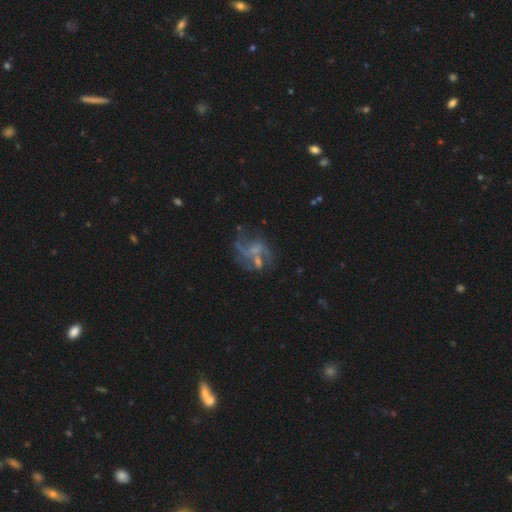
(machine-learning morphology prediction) A featured or disk galaxy (75%) with no bar (48%), 2 (50%) loose (63%) spiral arms (81%) and a small central bulge (43%).

Vote fractions:
- Smooth or featured? featured or disk: 75% / smooth: 13% / star or artifact: 13%
- Edge-on disk? no: 98% / yes: 2%
- Bar? no: 48% / weak: 41% / strong: 11%
- Spiral arms? yes: 81% / no: 19%
- Spiral winding? loose: 63% / medium: 29% / tight: 8%
- Spiral arm count? 2: 50% / can't tell: 17% / 3: 16% / 1: 8% / 4: 5% / more than 4: 4%
- Bulge size? small: 43% / none: 34% / moderate: 19% / large: 2% / dominant: 1%
- Merging? none: 46% / major disturbance: 25% / minor disturbance: 17% / merger: 13%